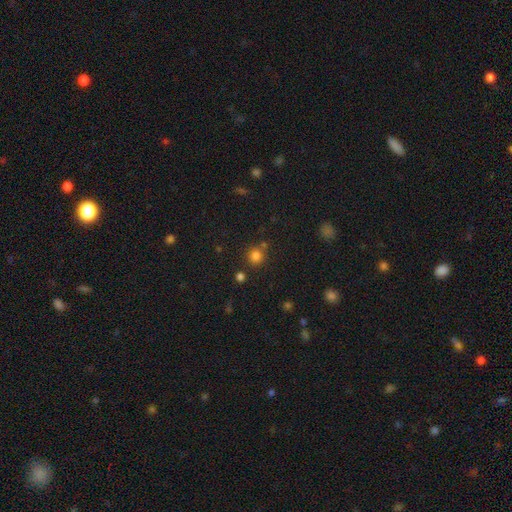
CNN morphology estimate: Q: Smooth or featured?
A: smooth (79%); runner-up: star or artifact (15%)
Q: How rounded?
A: round (90%); runner-up: in between (9%)
Q: Merging?
A: none (74%); runner-up: merger (13%)